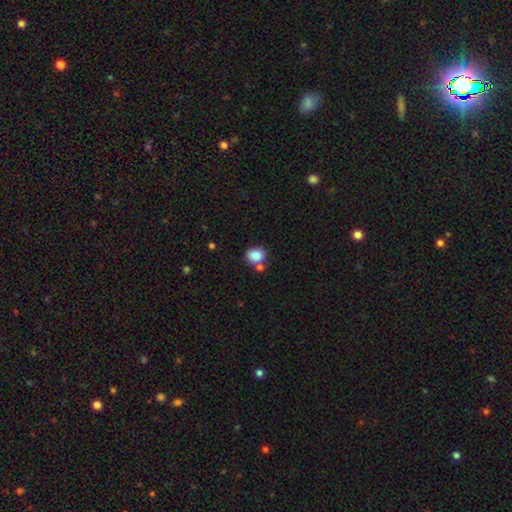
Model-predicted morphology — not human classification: smooth-or-featured: smooth: 86% | star or artifact: 9% | featured or disk: 5%
  how-rounded: round: 67% | in between: 32% | cigar-shaped: 1%
  merging: none: 63% | merger: 21% | minor disturbance: 13% | major disturbance: 4%